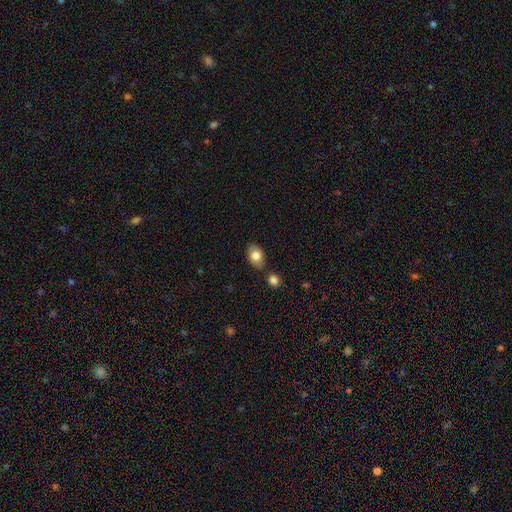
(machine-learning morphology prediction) Smooth or featured: smooth — 81% (featured or disk — 11%)
How rounded: in between — 82% (round — 17%)
Merging: none — 78% (minor disturbance — 12%)